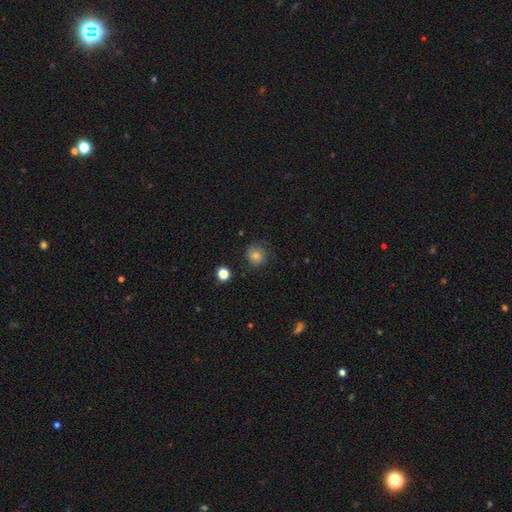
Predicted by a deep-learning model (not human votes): The model was most divided on "smooth or featured": smooth: 73%, star or artifact: 14%, featured or disk: 13%. More confident: how rounded — round (88%); merging — none (76%).